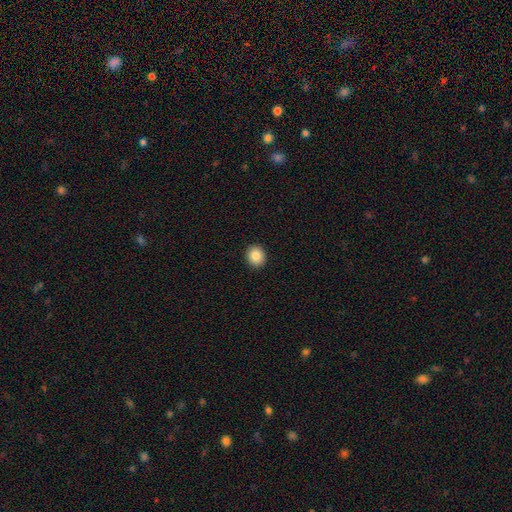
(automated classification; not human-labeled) smooth 86%, star or artifact 9%, featured or disk 5%. Down the decision tree: how rounded — round (74%); merging — none (92%).